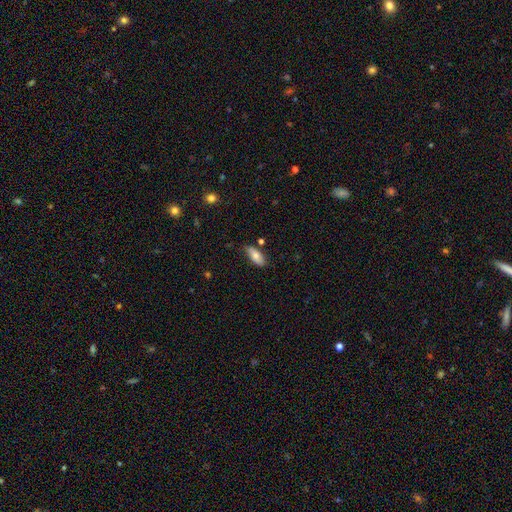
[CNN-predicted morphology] Q: Smooth or featured?
A: smooth (76%); runner-up: featured or disk (17%)
Q: How rounded?
A: in between (84%); runner-up: cigar-shaped (14%)
Q: Merging?
A: none (70%); runner-up: minor disturbance (22%)